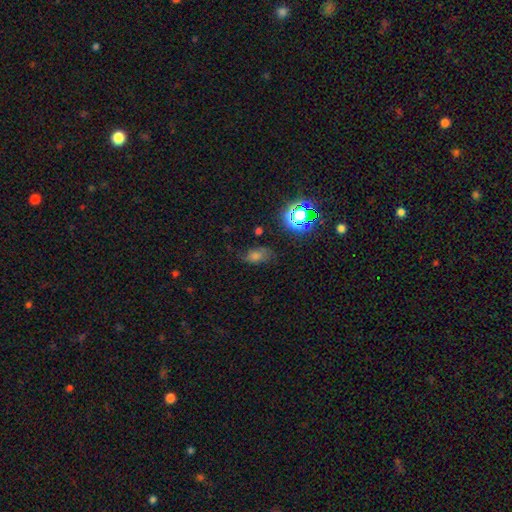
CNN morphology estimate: Overall: smooth (56%; star or artifact 29%). How rounded: in between (81%). Merging: none (66%).